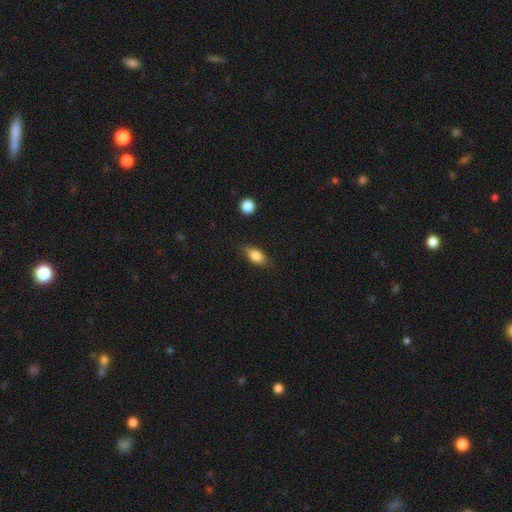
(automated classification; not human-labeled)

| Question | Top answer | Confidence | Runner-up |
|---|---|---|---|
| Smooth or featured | smooth | 78% | featured or disk (14%) |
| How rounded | in between | 82% | cigar-shaped (11%) |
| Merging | none | 80% | minor disturbance (15%) |